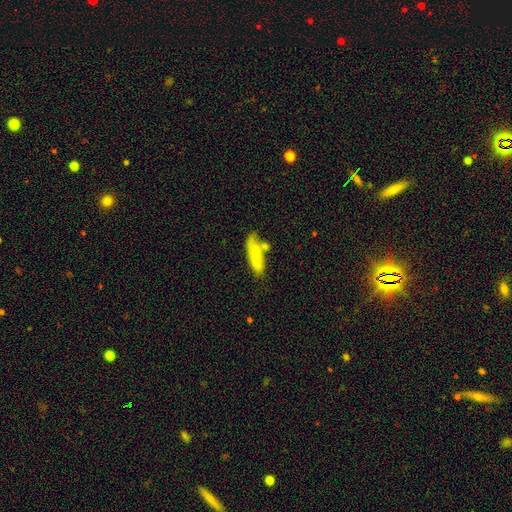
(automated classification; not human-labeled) smooth 77%, featured or disk 16%, star or artifact 7%. Down the decision tree: how rounded — cigar-shaped (55%); merging — none (57%).